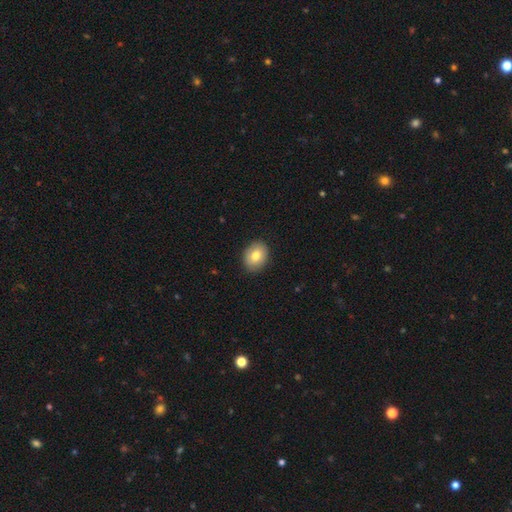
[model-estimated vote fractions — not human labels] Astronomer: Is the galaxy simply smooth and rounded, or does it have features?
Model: smooth — 78%.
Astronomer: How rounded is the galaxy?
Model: in between — 56% (runner-up: round, 43%).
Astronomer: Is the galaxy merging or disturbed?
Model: none — 88%.